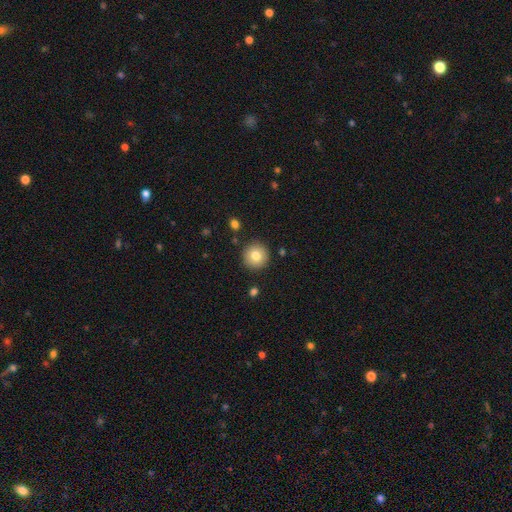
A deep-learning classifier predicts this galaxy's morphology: A smooth galaxy with no disk features (80%) that is round (95%). Merging: none (90%).